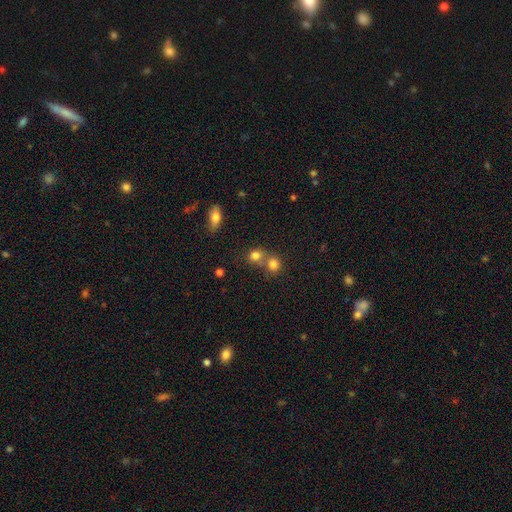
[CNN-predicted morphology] A smooth galaxy with no disk features (78%) that is round (77%). Merging: merger (45%).